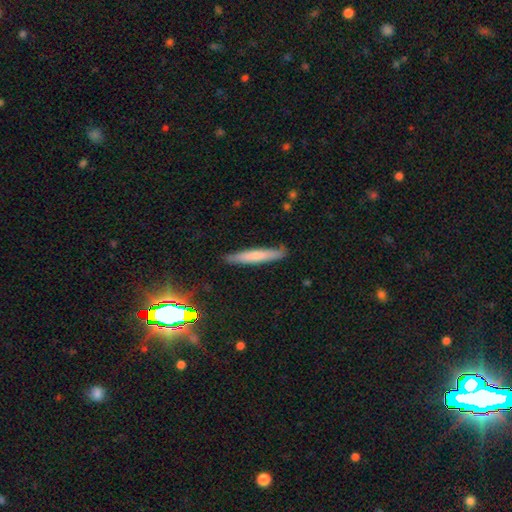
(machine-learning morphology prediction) This is likely a smooth galaxy (64%). How rounded: clearly cigar-shaped (94%). Merging: clearly none (88%).